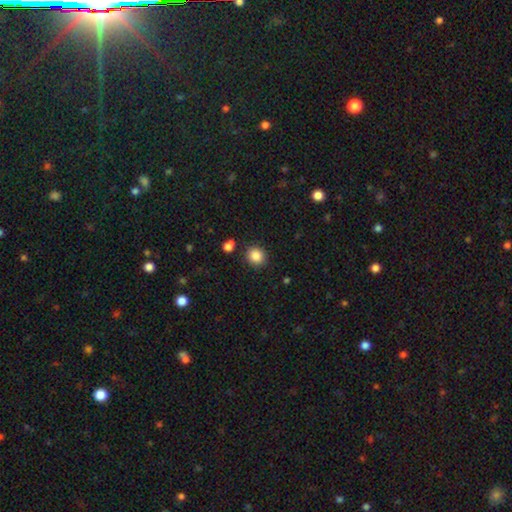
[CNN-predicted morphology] Smooth or featured? Predicted: smooth (p=0.87). How rounded? Predicted: round (p=0.82). Merging? Predicted: none (p=0.86).